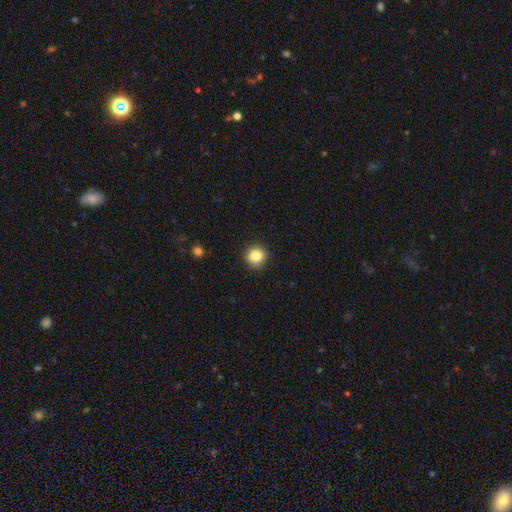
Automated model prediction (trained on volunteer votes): smooth_or_featured: smooth (p=0.83) [alt: star or artifact p=0.10]
how_rounded: round (p=0.89) [alt: in between p=0.10]
merging: none (p=0.91) [alt: minor disturbance p=0.06]